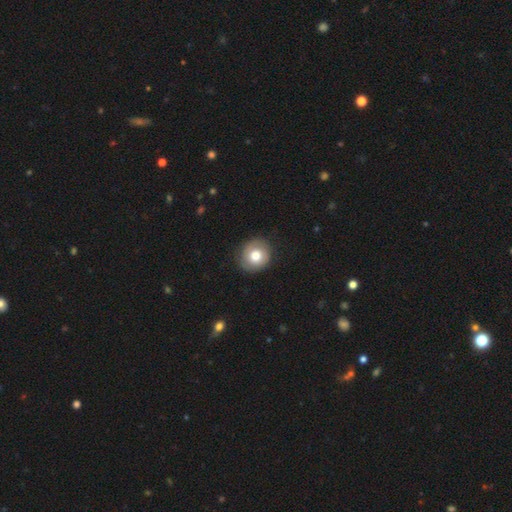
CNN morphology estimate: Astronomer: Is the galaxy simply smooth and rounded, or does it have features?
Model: smooth — 74%.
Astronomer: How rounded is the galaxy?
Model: round — 85%.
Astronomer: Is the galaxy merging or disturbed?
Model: none — 85%.